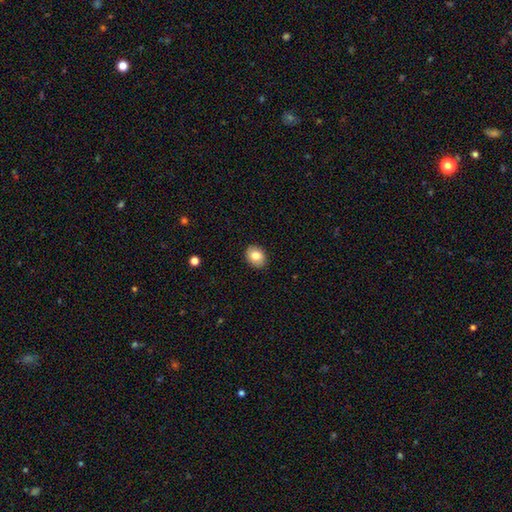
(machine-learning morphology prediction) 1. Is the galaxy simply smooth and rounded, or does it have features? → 82% smooth, 10% featured or disk, 8% star or artifact.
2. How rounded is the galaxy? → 63% in between, 37% round, 1% cigar-shaped.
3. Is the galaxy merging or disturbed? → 90% none, 8% minor disturbance, 2% major disturbance, 1% merger.